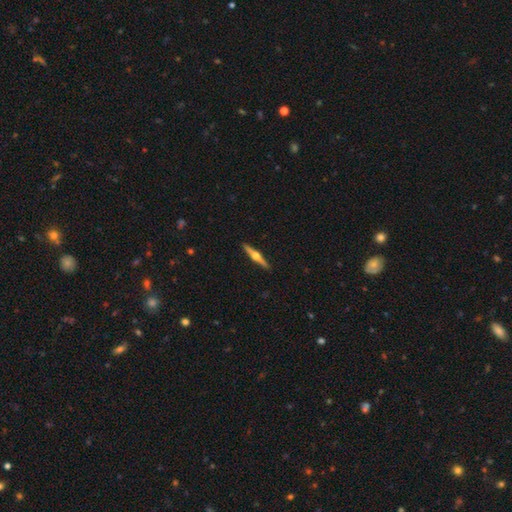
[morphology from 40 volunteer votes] Overall: featured or disk (78%). Edge-on disk: yes (100%). Edge-on bulge: rounded (100%). Merging: none (81%).